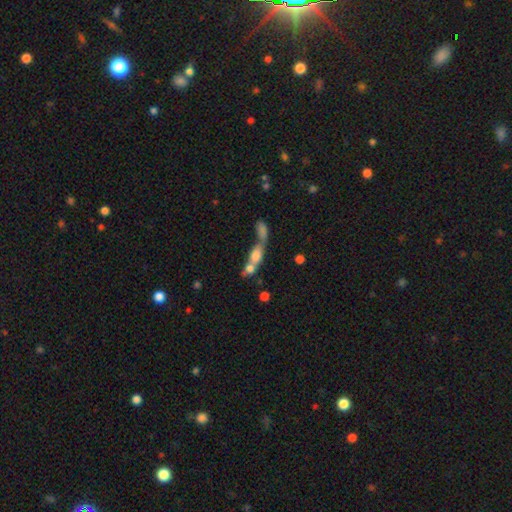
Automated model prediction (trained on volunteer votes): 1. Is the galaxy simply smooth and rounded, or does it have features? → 65% smooth, 25% featured or disk, 10% star or artifact.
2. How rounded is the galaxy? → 57% in between, 23% cigar-shaped, 20% round.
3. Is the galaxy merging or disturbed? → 71% merger, 16% none, 6% minor disturbance, 6% major disturbance.